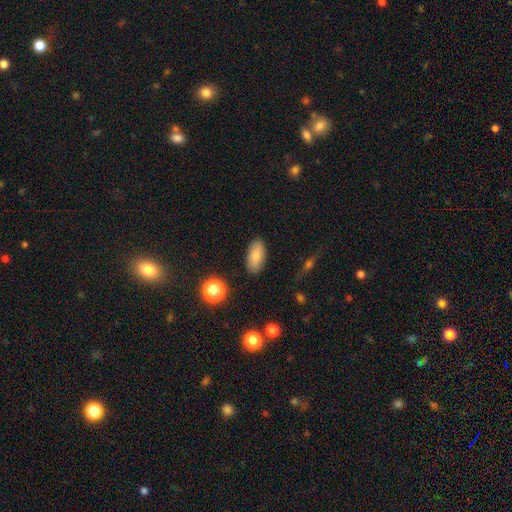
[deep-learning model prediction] smooth 79%, featured or disk 13%, star or artifact 9%. Down the decision tree: how rounded — in between (91%); merging — none (86%).